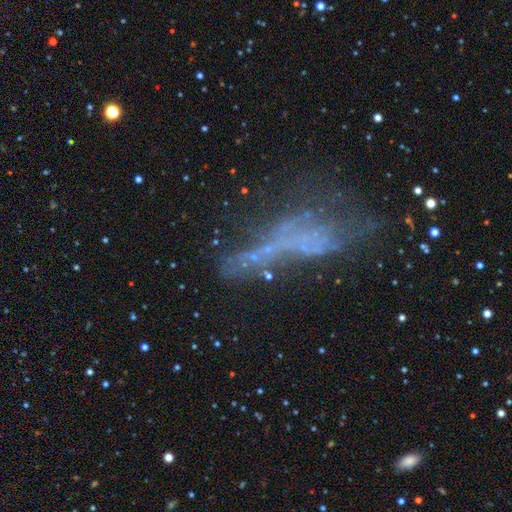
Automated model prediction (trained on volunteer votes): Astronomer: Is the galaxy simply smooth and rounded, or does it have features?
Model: featured or disk — 45% (runner-up: star or artifact, 33%).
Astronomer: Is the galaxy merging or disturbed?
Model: major disturbance — 36% (runner-up: none, 28%).